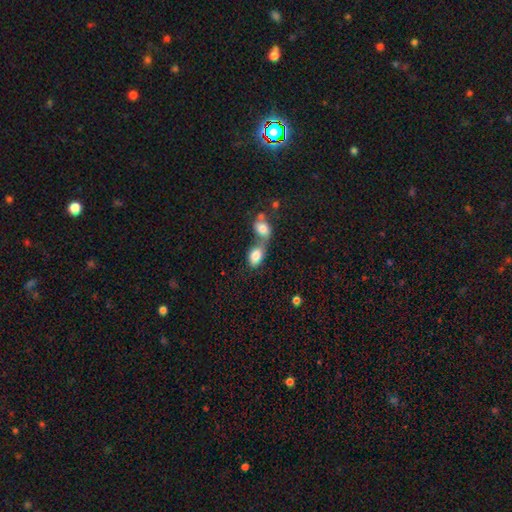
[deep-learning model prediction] Smooth or featured?
  - smooth: 82% *
  - featured or disk: 11%
  - star or artifact: 8%
How rounded?
  - in between: 80% *
  - round: 19%
  - cigar-shaped: 2%
Merging?
  - merger: 72% *
  - none: 17%
  - minor disturbance: 6%
  - major disturbance: 5%